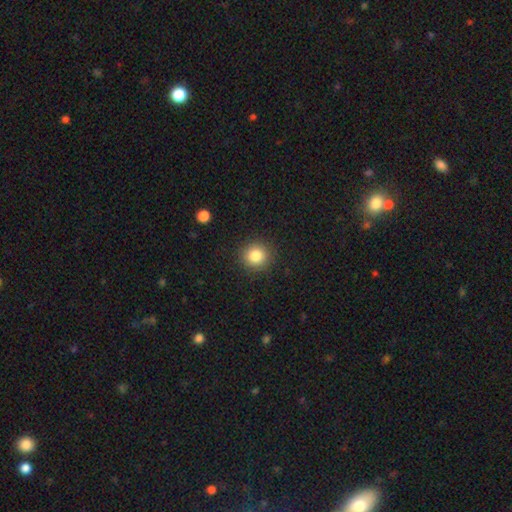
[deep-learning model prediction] Overall: smooth (84%). How rounded: round (93%). Merging: none (91%).